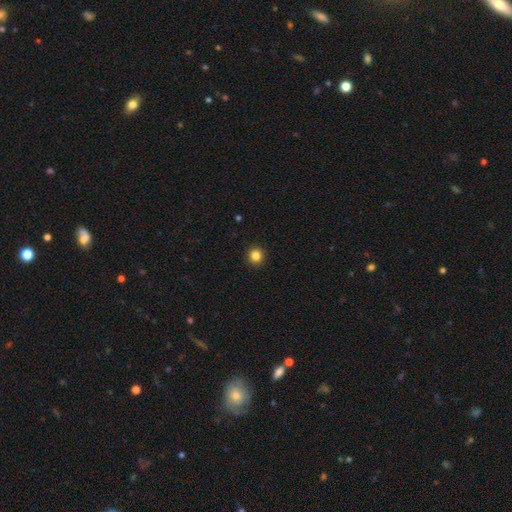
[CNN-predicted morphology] Smooth or featured? smooth (84%)
How rounded? round (93%)
Merging? none (93%)